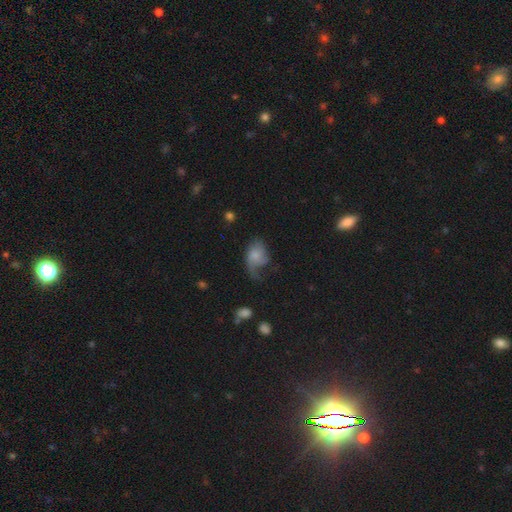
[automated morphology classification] smooth-or-featured: smooth: 51% | featured or disk: 41% | star or artifact: 8%
  how-rounded: in between: 75% | round: 24% | cigar-shaped: 1%
  merging: major disturbance: 42% | none: 28% | minor disturbance: 27% | merger: 3%